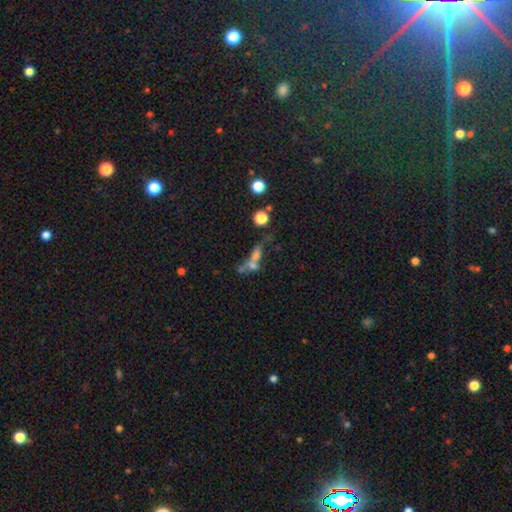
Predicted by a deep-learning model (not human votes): smooth_or_featured: smooth (p=0.52) [alt: featured or disk p=0.29]
how_rounded: in between (p=0.51) [alt: round p=0.27]
merging: merger (p=0.52) [alt: none p=0.24]